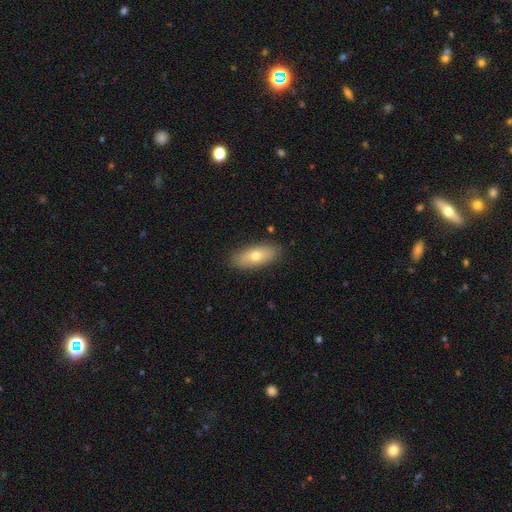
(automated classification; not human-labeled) Smooth or featured? smooth (67%)
How rounded? in between (79%)
Merging? none (86%)